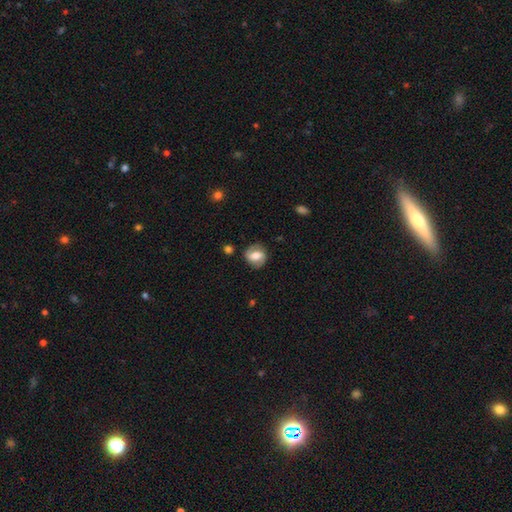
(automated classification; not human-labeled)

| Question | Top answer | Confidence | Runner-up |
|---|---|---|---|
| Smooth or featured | featured or disk | 57% | smooth (36%) |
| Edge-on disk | no | 96% | yes (4%) |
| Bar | weak | 42% | no (29%) |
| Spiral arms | yes | 81% | no (19%) |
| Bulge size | moderate | 60% | large (23%) |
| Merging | none | 80% | minor disturbance (14%) |